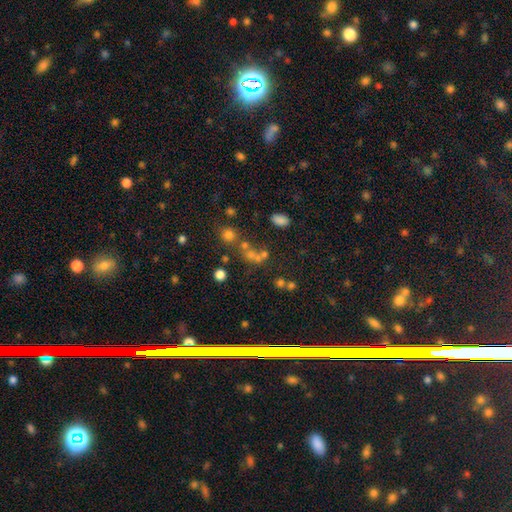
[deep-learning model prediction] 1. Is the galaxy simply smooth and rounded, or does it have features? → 54% smooth, 28% star or artifact, 18% featured or disk.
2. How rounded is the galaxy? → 65% round, 33% in between, 3% cigar-shaped.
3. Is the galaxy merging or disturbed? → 43% none, 38% merger, 11% minor disturbance, 8% major disturbance.